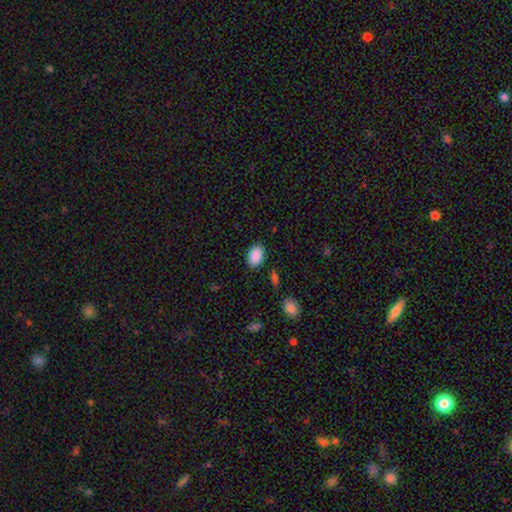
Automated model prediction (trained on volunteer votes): A smooth galaxy with no disk features (90%) that is in between round and cigar-shaped (86%). Merging: none (86%).